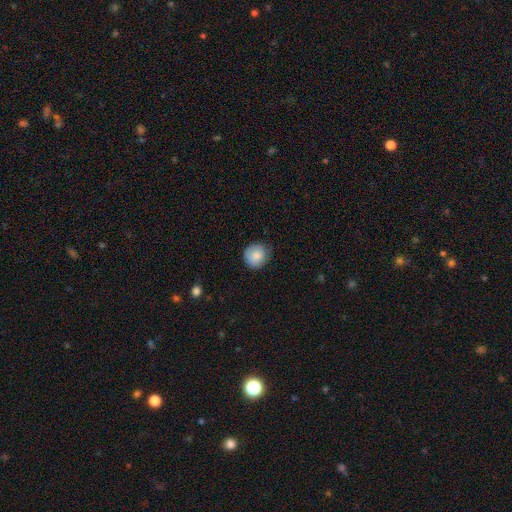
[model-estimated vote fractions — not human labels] Smooth or featured? smooth (84%)
How rounded? round (90%)
Merging? none (76%)